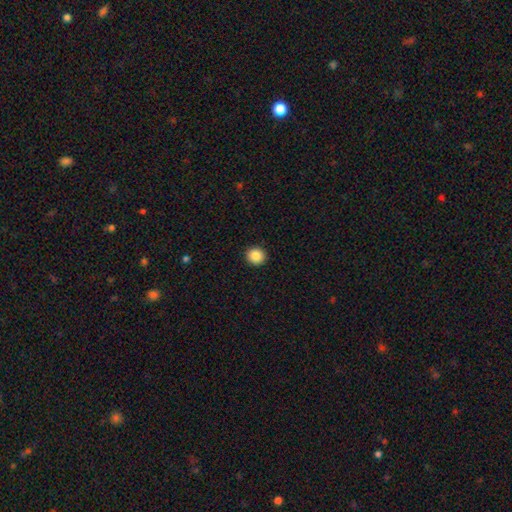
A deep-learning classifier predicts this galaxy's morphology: Smooth or featured? Predicted: smooth (p=0.88). How rounded? Predicted: round (p=0.92). Merging? Predicted: none (p=0.93).